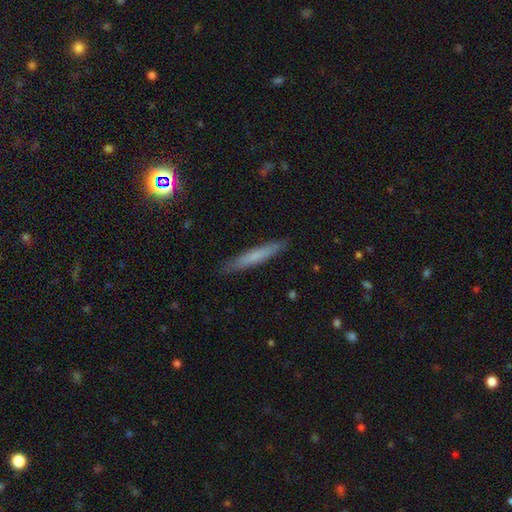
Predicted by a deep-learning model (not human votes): Overall: smooth (67%). How rounded: cigar-shaped (95%). Merging: none (89%).